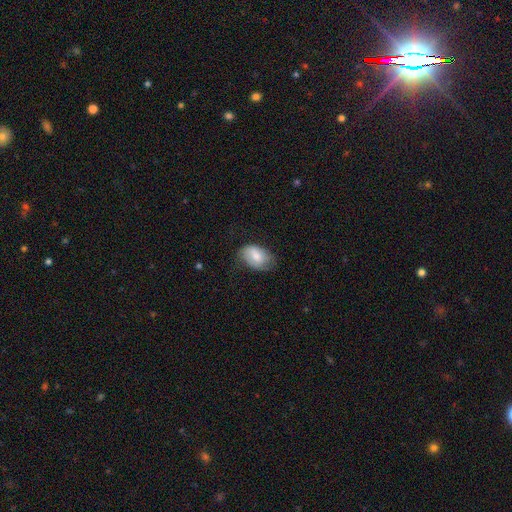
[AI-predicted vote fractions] Smooth or featured? Predicted: smooth (p=0.69). How rounded? Predicted: in between (p=0.88). Merging? Predicted: none (p=0.57).